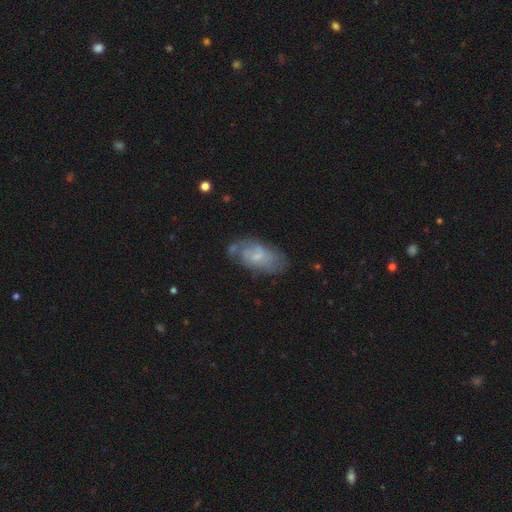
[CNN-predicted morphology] Smooth or featured? Predicted: featured or disk (p=0.46, tied with smooth). Merging? Predicted: none (p=0.59).